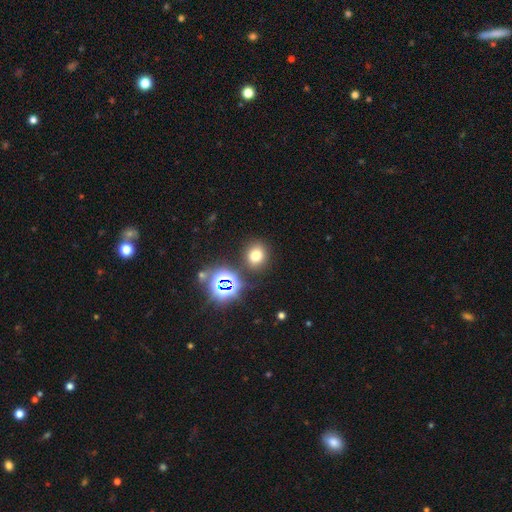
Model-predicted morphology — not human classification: This is likely a smooth galaxy (69%). How rounded: likely round (73%). Merging: clearly none (82%).